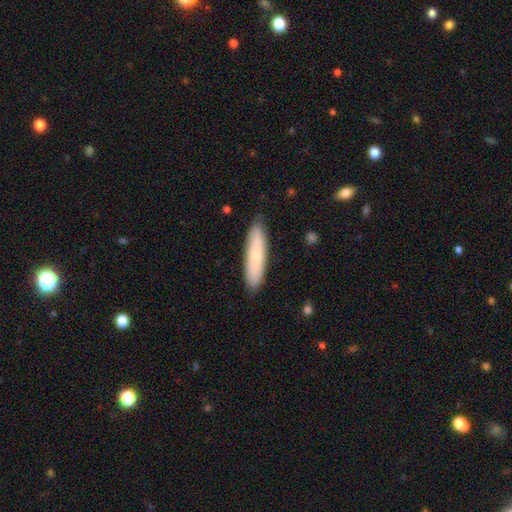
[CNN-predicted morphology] smooth_or_featured: smooth (p=0.69) [alt: featured or disk p=0.25]
how_rounded: cigar-shaped (p=0.78) [alt: in between p=0.21]
merging: none (p=0.87) [alt: minor disturbance p=0.10]